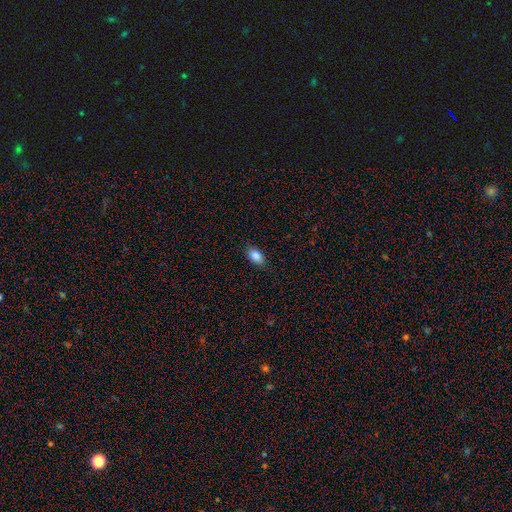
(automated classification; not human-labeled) Smooth or featured: smooth — 86% (star or artifact — 7%)
How rounded: in between — 91% (round — 7%)
Merging: none — 87% (minor disturbance — 10%)